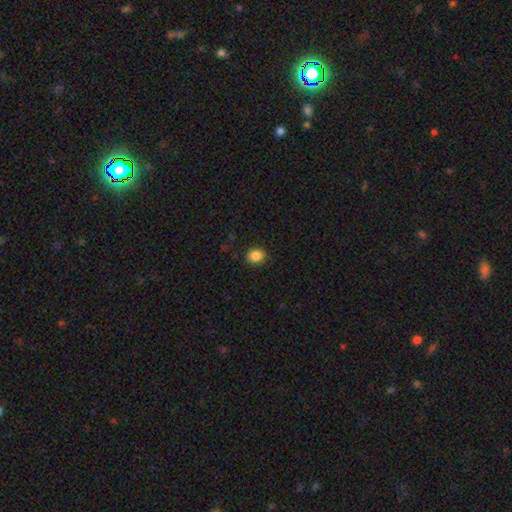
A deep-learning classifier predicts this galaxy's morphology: A smooth galaxy with no disk features (86%) that is round (75%). Merging: none (89%).